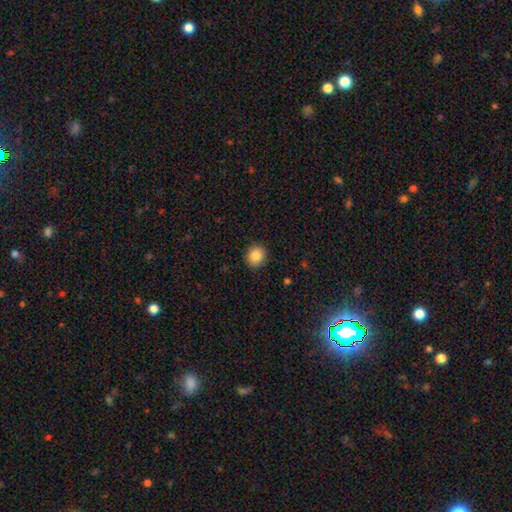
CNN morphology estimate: smooth-or-featured: smooth: 87% | star or artifact: 9% | featured or disk: 4%
  how-rounded: round: 83% | in between: 16% | cigar-shaped: 1%
  merging: none: 90% | minor disturbance: 7% | major disturbance: 2% | merger: 1%